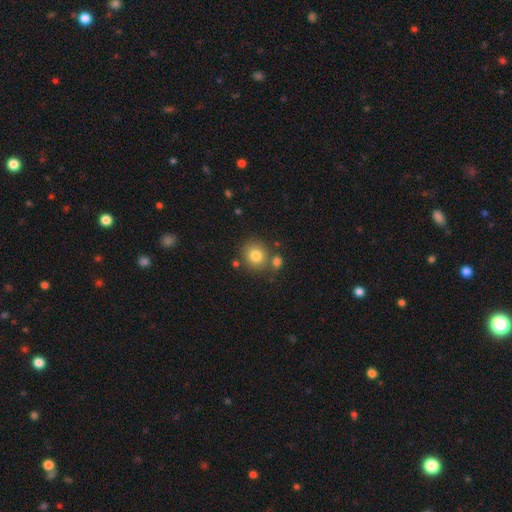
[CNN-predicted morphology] smooth 80%, star or artifact 10%, featured or disk 10%. Down the decision tree: how rounded — round (86%); merging — none (72%).